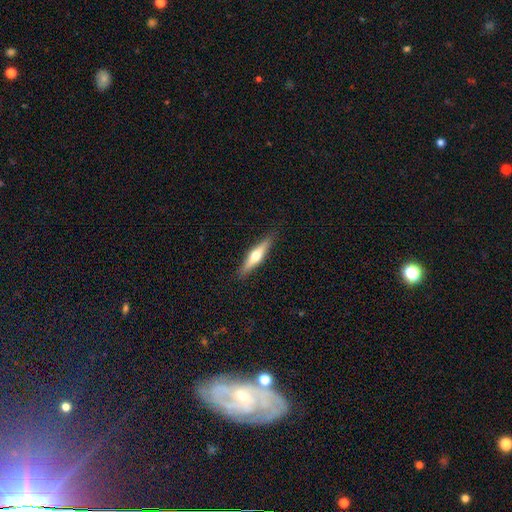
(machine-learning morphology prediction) A featured or disk galaxy (56%) viewed edge-on (95%) with a rounded central bulge (94%). Merging: none (89%).